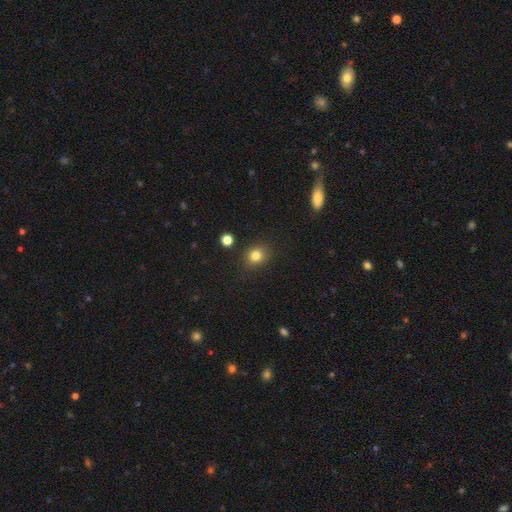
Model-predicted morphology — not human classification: Overall: smooth (82%). How rounded: round (69%; in between 31%). Merging: none (85%).